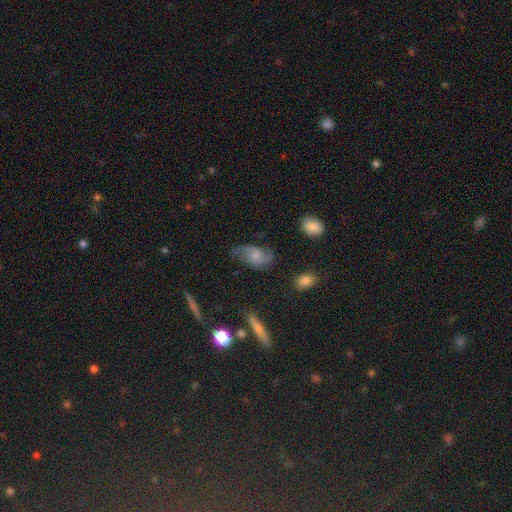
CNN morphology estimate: This appears to be a featured or disk galaxy (47%). Merging: none (55%).